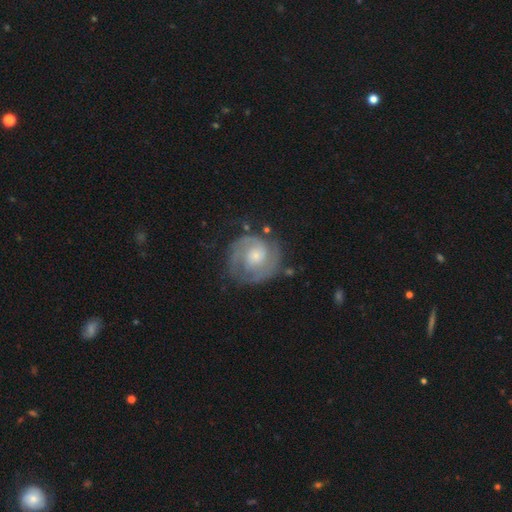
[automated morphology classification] A featured or disk galaxy (79%) with no bar (68%), 2 (60%) tight (57%) spiral arms (93%) and a small central bulge (50%).

Vote fractions:
- Smooth or featured? featured or disk: 79% / smooth: 16% / star or artifact: 6%
- Edge-on disk? no: 98% / yes: 2%
- Bar? no: 68% / weak: 27% / strong: 4%
- Spiral arms? yes: 93% / no: 7%
- Spiral winding? tight: 57% / medium: 33% / loose: 10%
- Spiral arm count? 2: 60% / can't tell: 18% / 1: 9% / 3: 8% / 4: 3% / more than 4: 3%
- Bulge size? small: 50% / moderate: 39% / large: 5% / none: 4% / dominant: 1%
- Merging? none: 70% / minor disturbance: 18% / major disturbance: 9% / merger: 2%